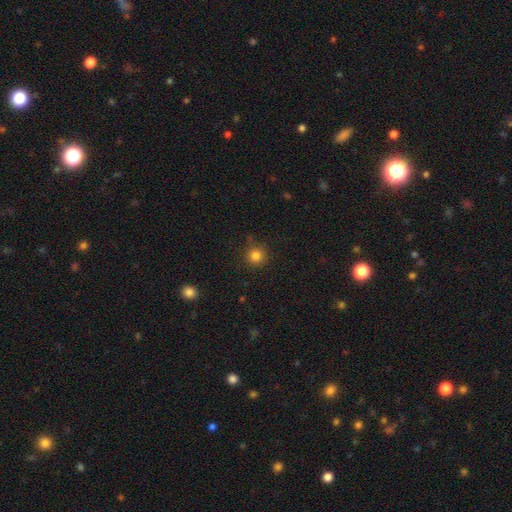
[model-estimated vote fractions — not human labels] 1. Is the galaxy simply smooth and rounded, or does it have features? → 83% smooth, 13% star or artifact, 5% featured or disk.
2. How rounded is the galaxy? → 94% round, 5% in between, 1% cigar-shaped.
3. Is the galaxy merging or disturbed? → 84% none, 11% minor disturbance, 3% major disturbance, 2% merger.